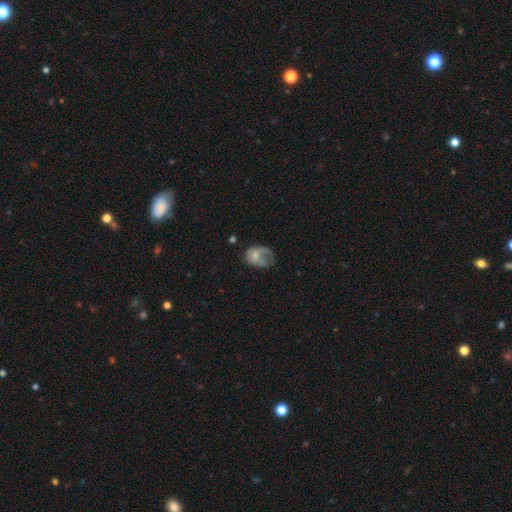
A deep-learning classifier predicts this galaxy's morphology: type=smooth (49%); merging=major disturbance (47%).